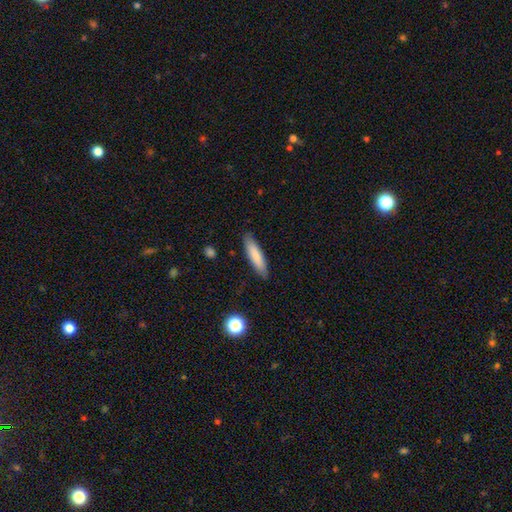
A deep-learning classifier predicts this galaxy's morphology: Smooth or featured: smooth — 82% (featured or disk — 12%)
How rounded: cigar-shaped — 79% (in between — 20%)
Merging: none — 87% (minor disturbance — 10%)